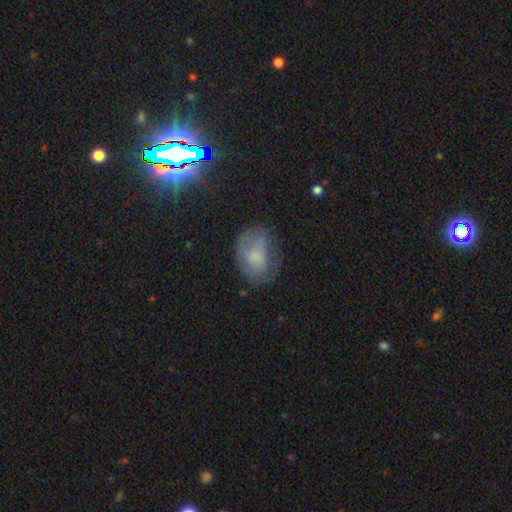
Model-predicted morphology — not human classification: Q: Smooth or featured?
A: smooth (60%); runner-up: featured or disk (28%)
Q: How rounded?
A: in between (76%); runner-up: round (23%)
Q: Merging?
A: none (52%); runner-up: minor disturbance (28%)